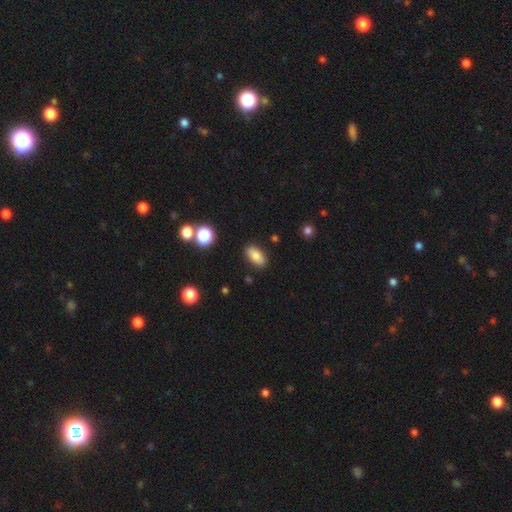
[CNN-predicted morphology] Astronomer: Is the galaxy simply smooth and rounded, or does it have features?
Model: smooth — 81%.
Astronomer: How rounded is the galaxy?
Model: in between — 89%.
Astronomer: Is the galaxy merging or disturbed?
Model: none — 87%.